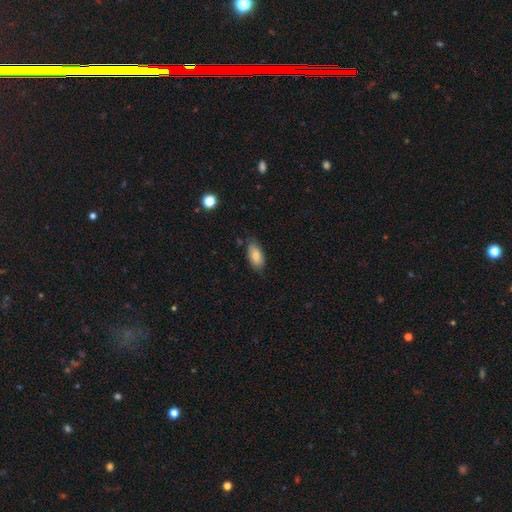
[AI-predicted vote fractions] Smooth or featured?
  - smooth: 81% *
  - featured or disk: 12%
  - star or artifact: 7%
How rounded?
  - in between: 92% *
  - cigar-shaped: 5%
  - round: 3%
Merging?
  - none: 75% *
  - minor disturbance: 20%
  - major disturbance: 4%
  - merger: 2%